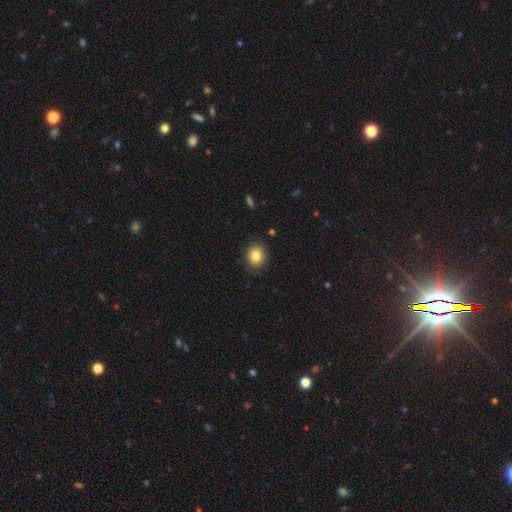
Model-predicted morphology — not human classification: Smooth or featured? Predicted: smooth (p=0.82). How rounded? Predicted: round (p=0.75). Merging? Predicted: none (p=0.86).